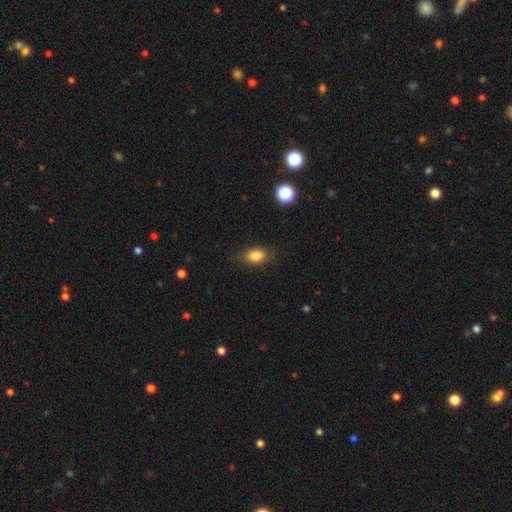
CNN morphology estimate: Smooth or featured? Predicted: smooth (p=0.84). How rounded? Predicted: in between (p=0.82). Merging? Predicted: none (p=0.82).